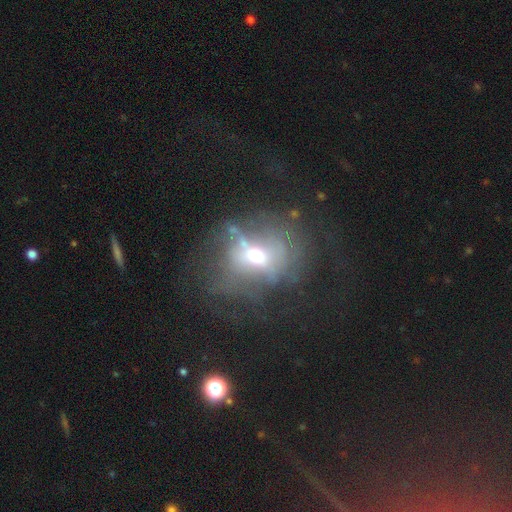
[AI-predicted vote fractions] Morphology: type=featured or disk (48%); merging=none (39%).